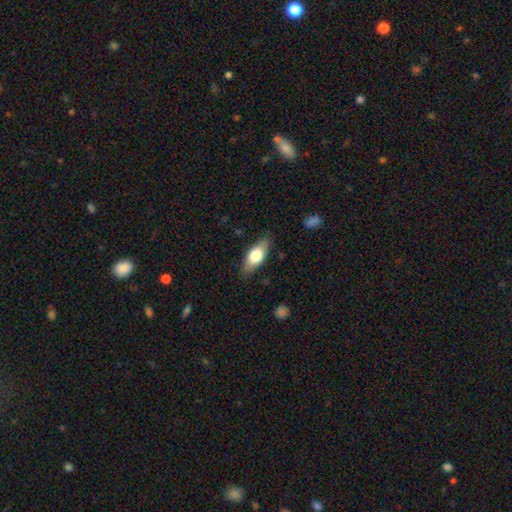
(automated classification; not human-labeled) This appears to be a smooth galaxy with no disk features (66%) that is in between round and cigar-shaped (78%). Merging: none (83%).